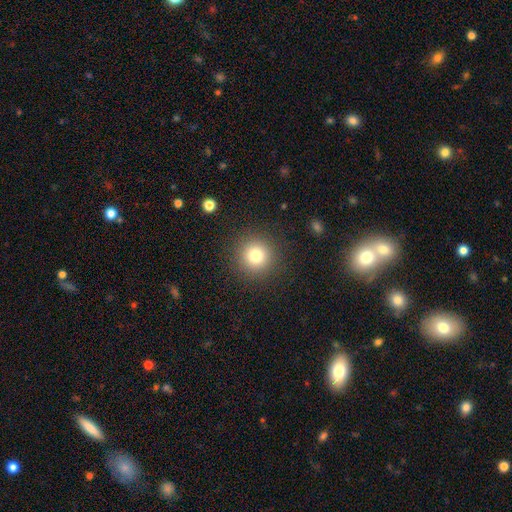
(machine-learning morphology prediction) smooth_or_featured: smooth (p=0.79) [alt: star or artifact p=0.13]
how_rounded: round (p=0.95) [alt: in between p=0.04]
merging: none (p=0.90) [alt: minor disturbance p=0.06]